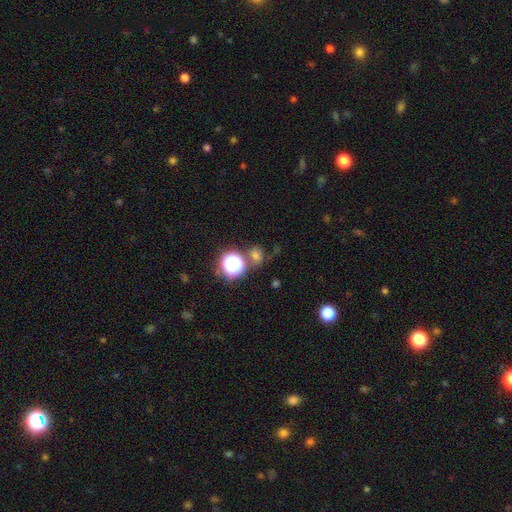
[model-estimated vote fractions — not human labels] Morphology: type=smooth (59%); roundness=round (72%); merging=none (66%).